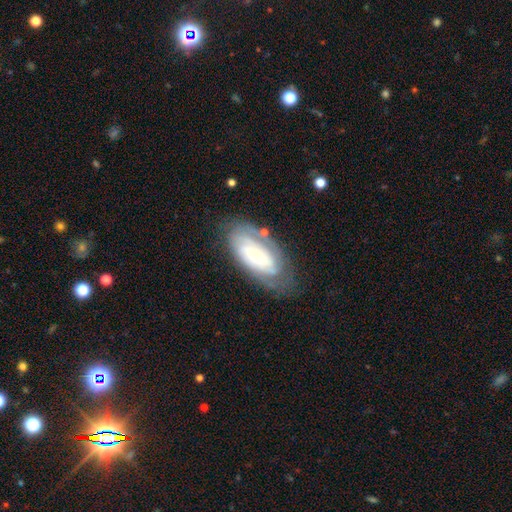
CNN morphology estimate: The model was most divided on "spiral arm count": can't tell: 47%, 2: 34%, 3: 8%, 1: 5%, 4: 4%, more than 4: 3%. More confident: edge-on disk — no (92%); spiral arms — yes (83%); smooth or featured — featured or disk (70%); merging — none (67%); spiral winding — tight (66%); bar — no (65%); bulge size — small (64%).